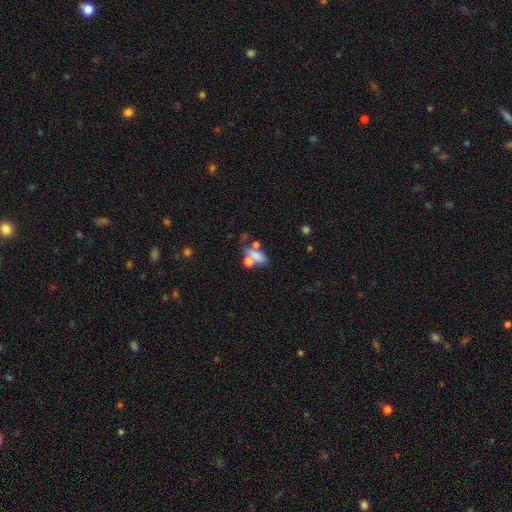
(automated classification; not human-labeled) Smooth or featured: smooth — 67% (featured or disk — 20%)
How rounded: in between — 72% (round — 16%)
Merging: merger — 45% (none — 32%)